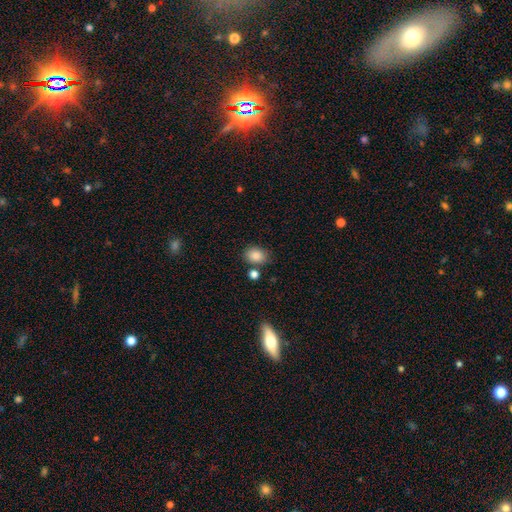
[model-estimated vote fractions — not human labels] Smooth or featured? Predicted: smooth (p=0.86). How rounded? Predicted: in between (p=0.62). Merging? Predicted: none (p=0.75).